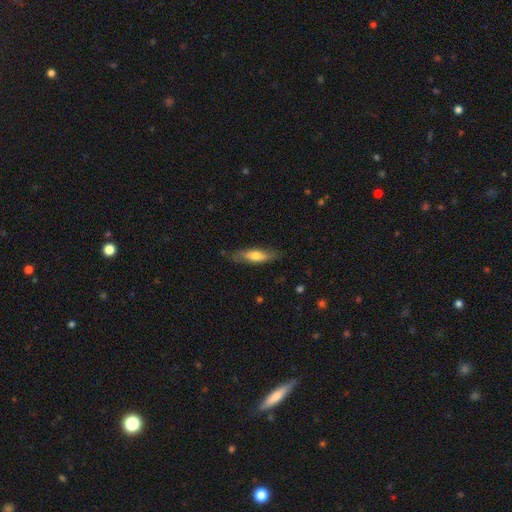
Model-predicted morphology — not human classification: Q: Smooth or featured?
A: smooth (57%); runner-up: featured or disk (37%)
Q: How rounded?
A: cigar-shaped (56%); runner-up: in between (42%)
Q: Merging?
A: none (77%); runner-up: minor disturbance (17%)